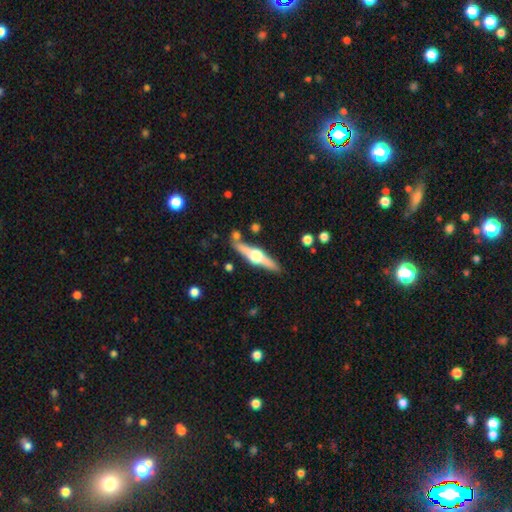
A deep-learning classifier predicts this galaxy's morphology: A featured or disk galaxy (79%) viewed edge-on (98%) with a rounded central bulge (96%). Merging: none (84%).